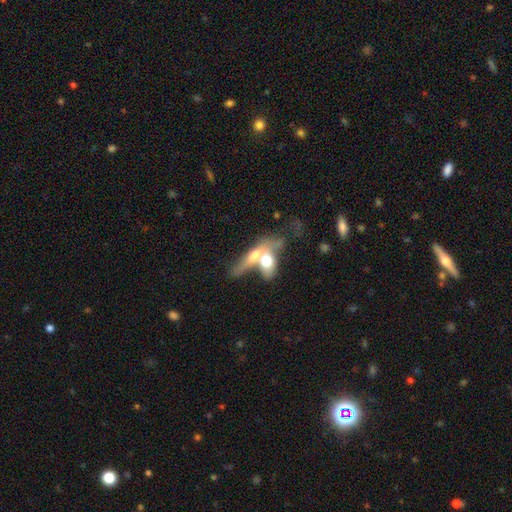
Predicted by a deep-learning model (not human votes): smooth_or_featured: featured or disk (p=0.50) [alt: smooth p=0.29]
merging: merger (p=0.48) [alt: none p=0.28]